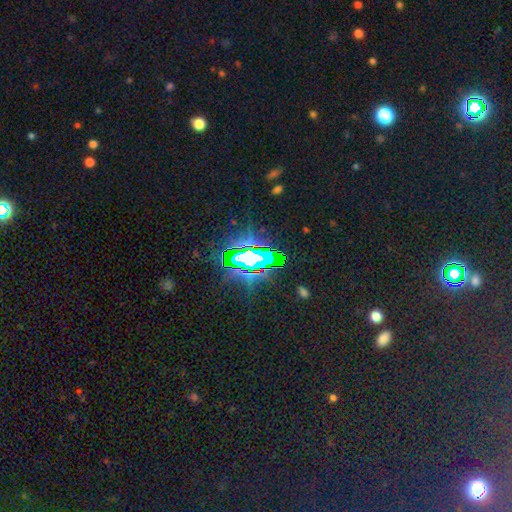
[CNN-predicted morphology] Smooth or featured?
  - star or artifact: 76% *
  - featured or disk: 12%
  - smooth: 12%